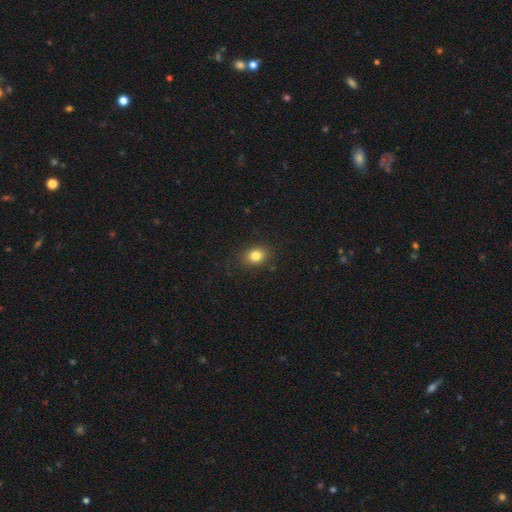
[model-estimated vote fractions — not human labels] The model was most divided on "how rounded": in between: 53%, round: 46%, cigar-shaped: 1%. More confident: merging — none (87%); smooth or featured — smooth (82%).